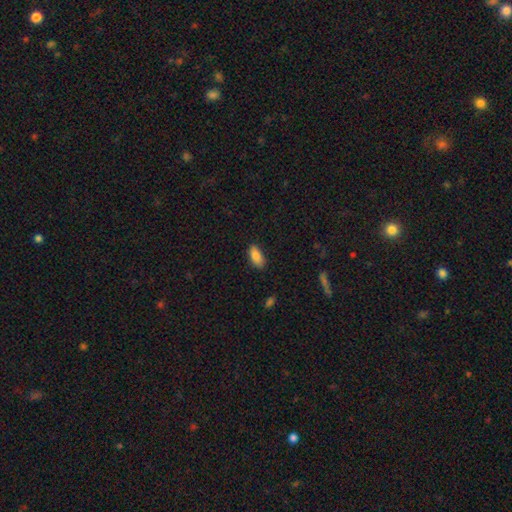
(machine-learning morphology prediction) Smooth or featured: smooth — 86% (star or artifact — 7%)
How rounded: in between — 89% (cigar-shaped — 8%)
Merging: none — 84% (minor disturbance — 12%)